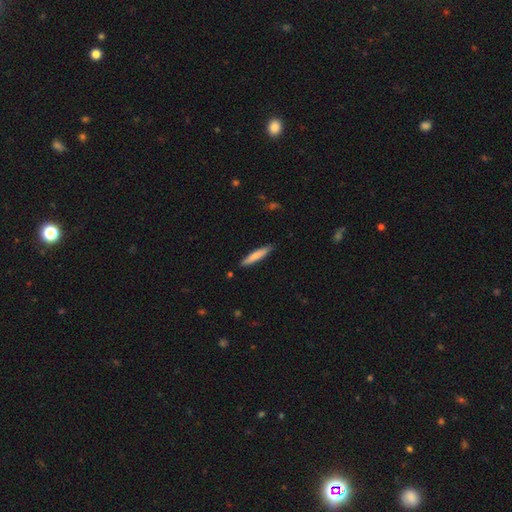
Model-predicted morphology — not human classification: A smooth galaxy with no disk features (76%) that is cigar-shaped (92%).

Vote fractions:
- Smooth or featured? smooth: 76% / featured or disk: 19% / star or artifact: 5%
- How rounded? cigar-shaped: 92% / in between: 7% / round: 1%
- Merging? none: 87% / minor disturbance: 10% / major disturbance: 2% / merger: 1%